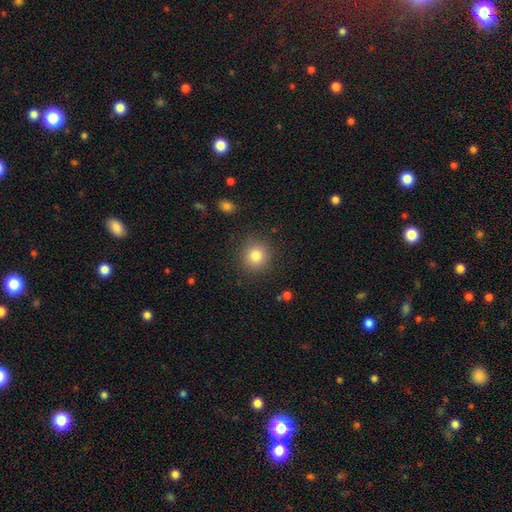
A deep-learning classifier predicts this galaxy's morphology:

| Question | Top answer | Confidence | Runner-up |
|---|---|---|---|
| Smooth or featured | smooth | 82% | star or artifact (11%) |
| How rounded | round | 91% | in between (8%) |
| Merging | none | 88% | minor disturbance (8%) |